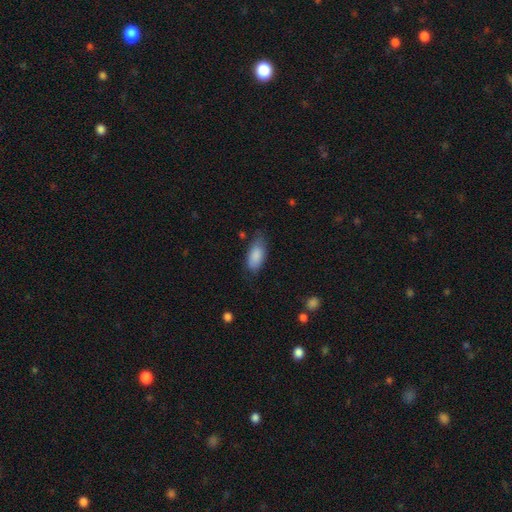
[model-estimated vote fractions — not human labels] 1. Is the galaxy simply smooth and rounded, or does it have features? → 86% smooth, 8% featured or disk, 6% star or artifact.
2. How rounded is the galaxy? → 89% in between, 9% cigar-shaped, 2% round.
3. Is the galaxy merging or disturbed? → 60% none, 31% minor disturbance, 8% major disturbance, 2% merger.